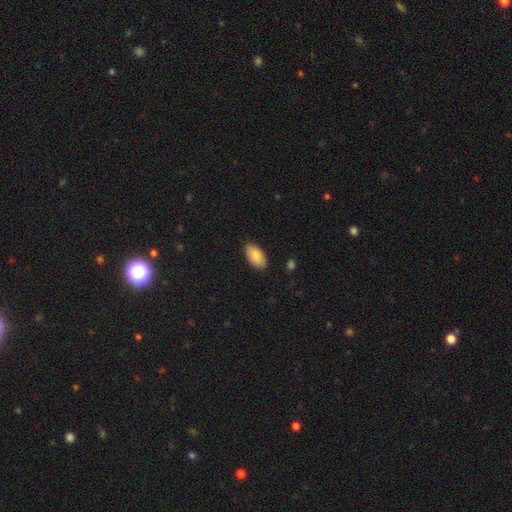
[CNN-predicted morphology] Smooth or featured?
  - smooth: 83% *
  - featured or disk: 11%
  - star or artifact: 6%
How rounded?
  - in between: 95% *
  - round: 3%
  - cigar-shaped: 2%
Merging?
  - none: 86% *
  - minor disturbance: 11%
  - major disturbance: 2%
  - merger: 1%